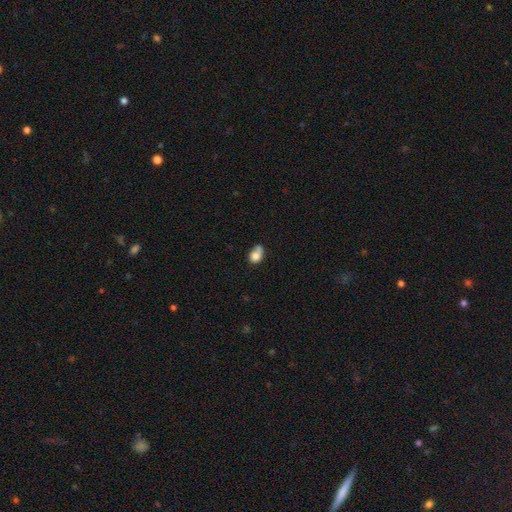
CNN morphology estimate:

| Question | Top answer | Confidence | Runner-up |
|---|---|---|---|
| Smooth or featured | smooth | 77% | featured or disk (14%) |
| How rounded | in between | 61% | round (38%) |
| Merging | none | 34% | minor disturbance (29%) |